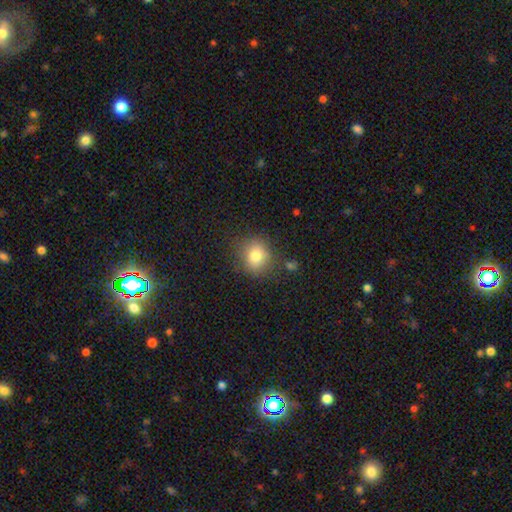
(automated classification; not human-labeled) This is likely a smooth galaxy (79%). How rounded: likely round (75%). Merging: likely none (77%).